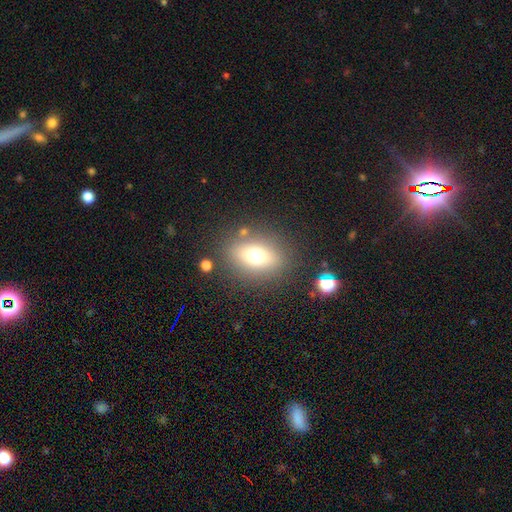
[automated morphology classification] smooth 66%, featured or disk 19%, star or artifact 15%. Down the decision tree: how rounded — in between (60%); merging — none (81%).